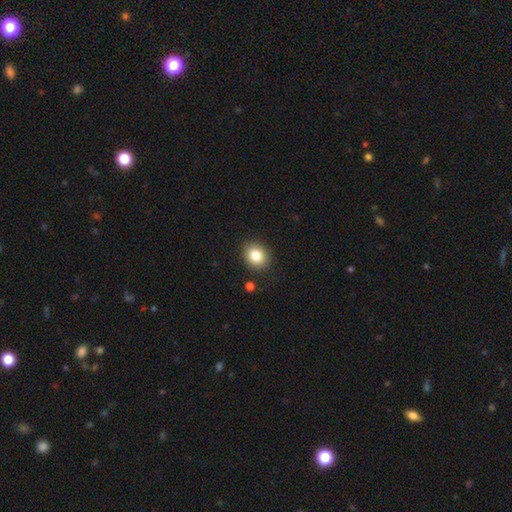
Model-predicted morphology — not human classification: Q: Smooth or featured?
A: smooth (82%); runner-up: star or artifact (10%)
Q: How rounded?
A: round (65%); runner-up: in between (34%)
Q: Merging?
A: none (87%); runner-up: minor disturbance (8%)